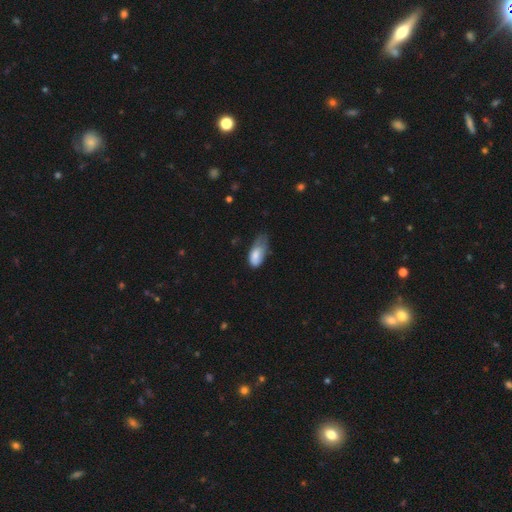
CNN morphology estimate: Overall: smooth (78%). How rounded: in between (89%). Merging: minor disturbance (45%; major disturbance 32%).